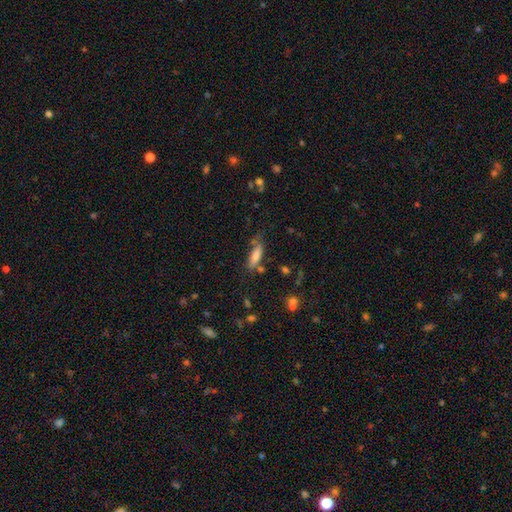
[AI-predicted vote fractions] A smooth galaxy with no disk features (77%) that is cigar-shaped (52%).

Vote fractions:
- Smooth or featured? smooth: 77% / featured or disk: 14% / star or artifact: 9%
- How rounded? cigar-shaped: 52% / in between: 46% / round: 2%
- Merging? none: 59% / minor disturbance: 24% / major disturbance: 9% / merger: 8%